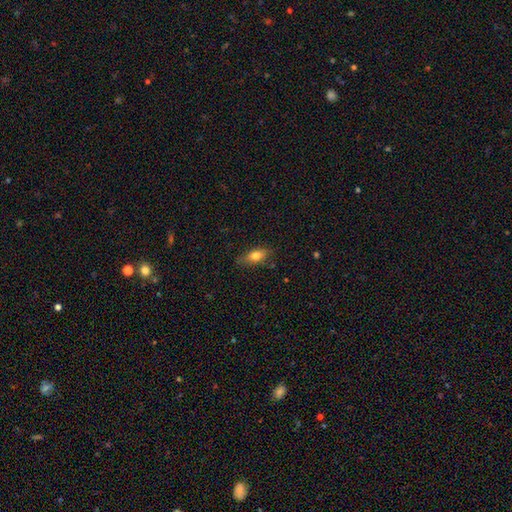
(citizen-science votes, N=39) Q: Smooth or featured?
A: smooth (69%); runner-up: featured or disk (23%)
Q: How rounded?
A: in between (89%); runner-up: cigar-shaped (11%)
Q: Merging?
A: none (81%); runner-up: minor disturbance (19%)